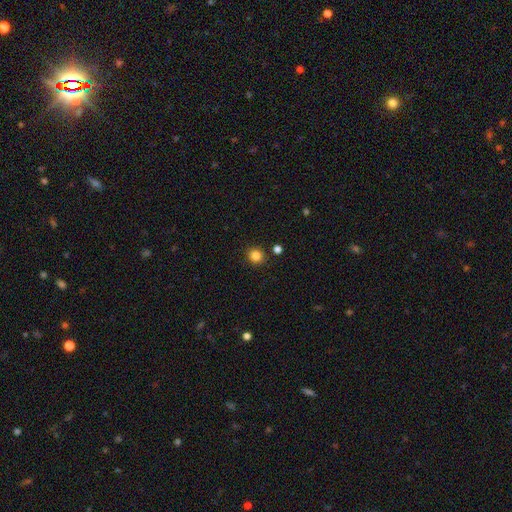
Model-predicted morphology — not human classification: smooth_or_featured: smooth (p=0.84) [alt: star or artifact p=0.12]
how_rounded: round (p=0.90) [alt: in between p=0.09]
merging: none (p=0.89) [alt: minor disturbance p=0.06]